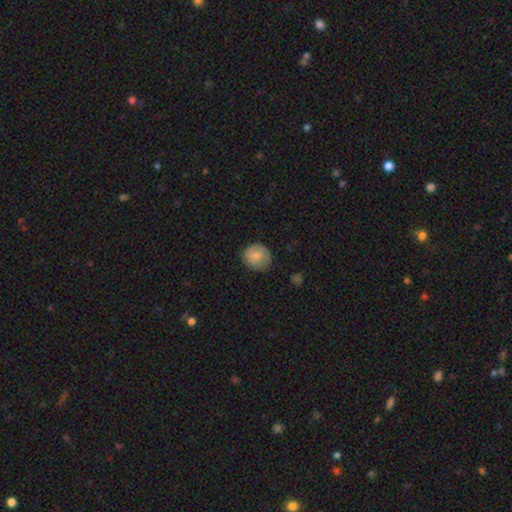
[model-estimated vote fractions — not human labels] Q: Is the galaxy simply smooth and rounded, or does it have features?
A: smooth — 82%.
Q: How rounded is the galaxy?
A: round — 88%.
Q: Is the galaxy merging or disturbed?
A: none — 75%.